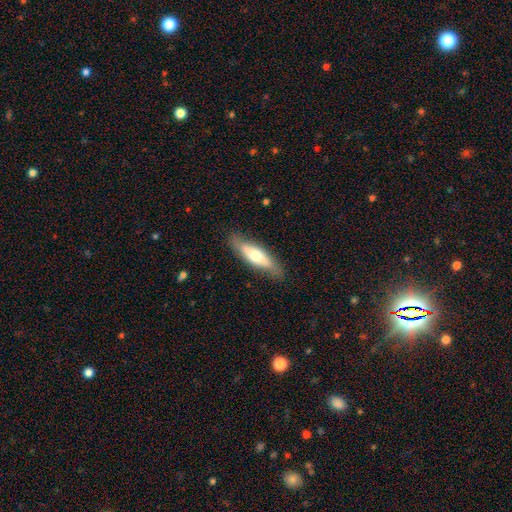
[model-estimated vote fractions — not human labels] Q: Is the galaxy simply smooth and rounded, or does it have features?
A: smooth — 56%.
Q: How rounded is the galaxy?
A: cigar-shaped — 54%.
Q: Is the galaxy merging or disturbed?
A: none — 82%.